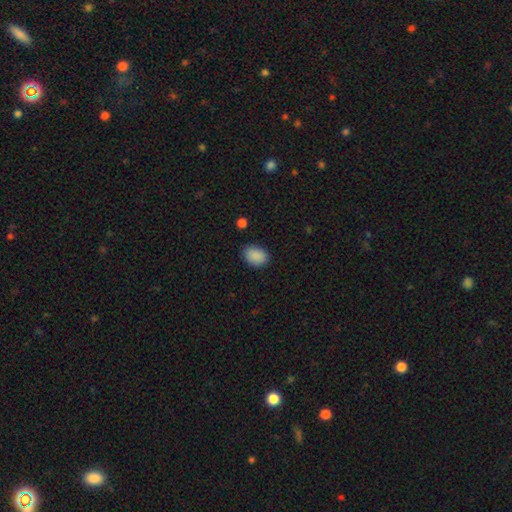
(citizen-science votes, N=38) Overall: smooth (92%). How rounded: in between (86%). Merging: none (86%).